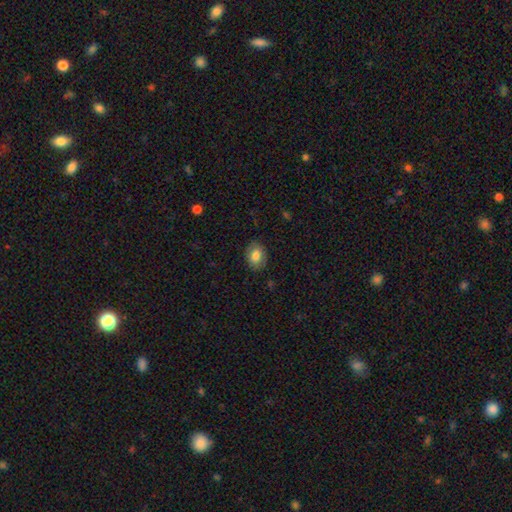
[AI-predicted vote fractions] smooth_or_featured: smooth (p=0.81) [alt: featured or disk p=0.12]
how_rounded: in between (p=0.69) [alt: round p=0.30]
merging: none (p=0.85) [alt: minor disturbance p=0.11]